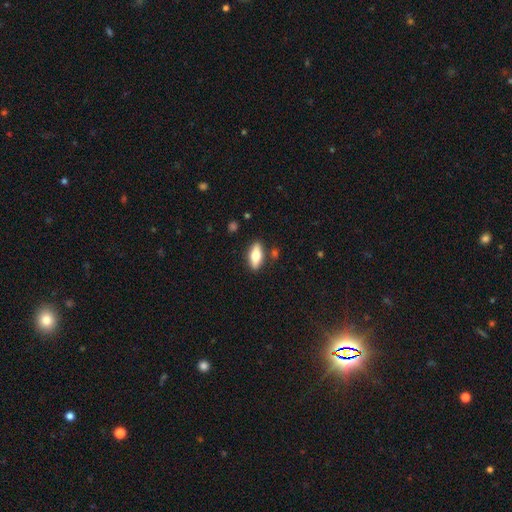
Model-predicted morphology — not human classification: Smooth or featured?
  - smooth: 64% *
  - featured or disk: 30%
  - star or artifact: 6%
How rounded?
  - in between: 74% *
  - cigar-shaped: 22%
  - round: 3%
Merging?
  - none: 85% *
  - minor disturbance: 10%
  - merger: 3%
  - major disturbance: 2%